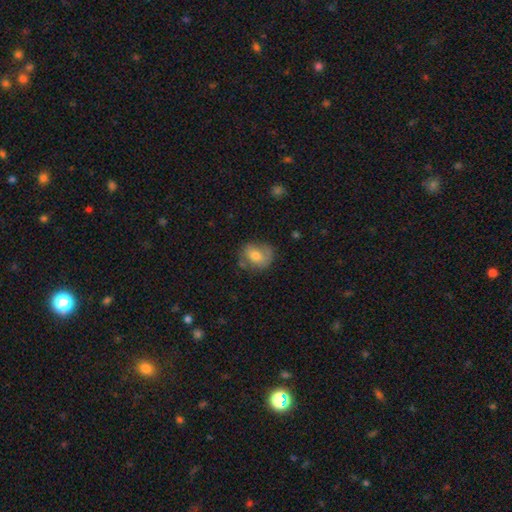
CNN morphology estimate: Q: Smooth or featured?
A: smooth (63%); runner-up: featured or disk (28%)
Q: How rounded?
A: round (55%); runner-up: in between (44%)
Q: Merging?
A: none (63%); runner-up: minor disturbance (25%)